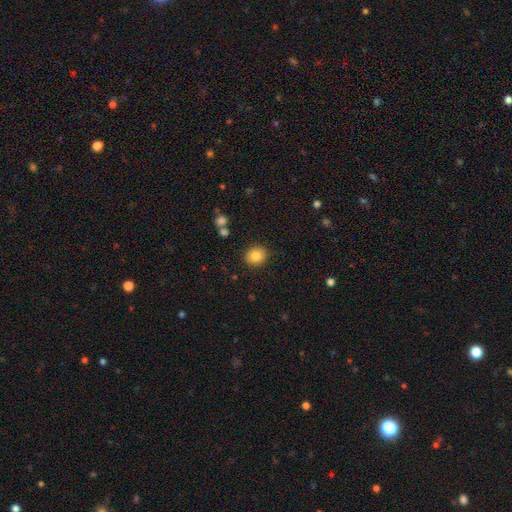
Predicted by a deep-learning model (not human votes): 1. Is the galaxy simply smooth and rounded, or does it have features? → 85% smooth, 9% star or artifact, 6% featured or disk.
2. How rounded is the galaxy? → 77% round, 22% in between, 1% cigar-shaped.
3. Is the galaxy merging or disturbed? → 87% none, 8% minor disturbance, 2% major disturbance, 2% merger.